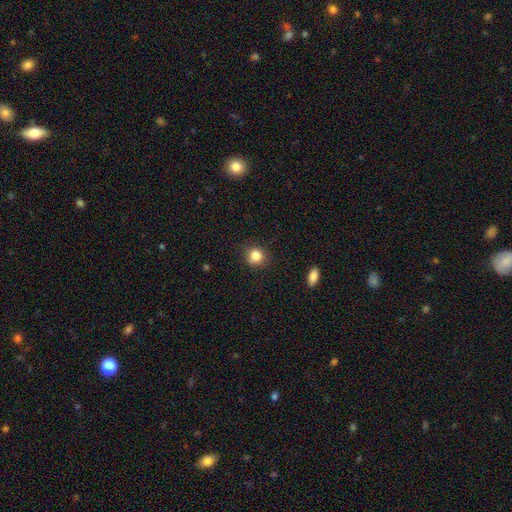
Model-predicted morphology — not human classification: Smooth or featured? smooth (82%)
How rounded? round (81%)
Merging? none (85%)